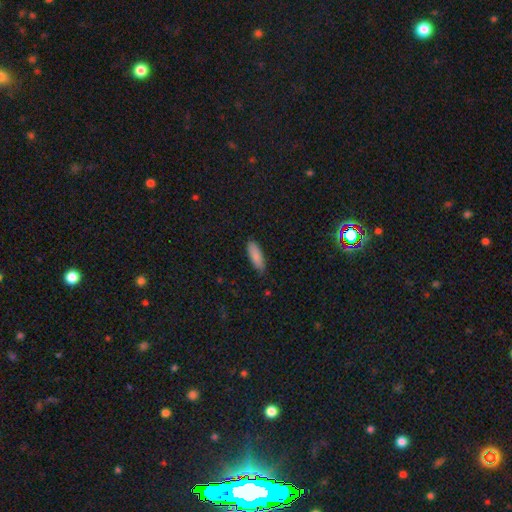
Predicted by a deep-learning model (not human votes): smooth 87%, featured or disk 7%, star or artifact 6%. Down the decision tree: how rounded — in between (56%); merging — none (80%).